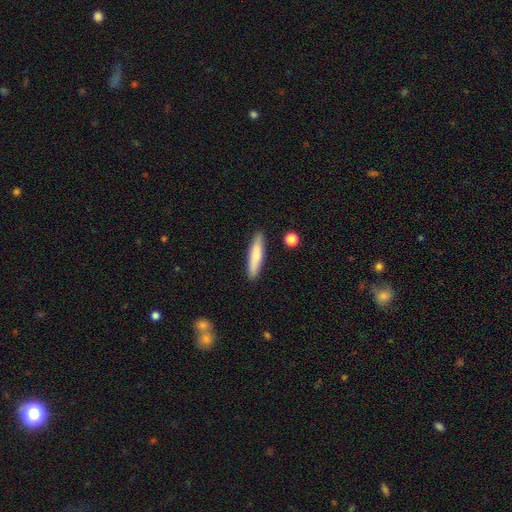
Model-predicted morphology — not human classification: Smooth or featured? smooth (77%)
How rounded? cigar-shaped (85%)
Merging? none (88%)